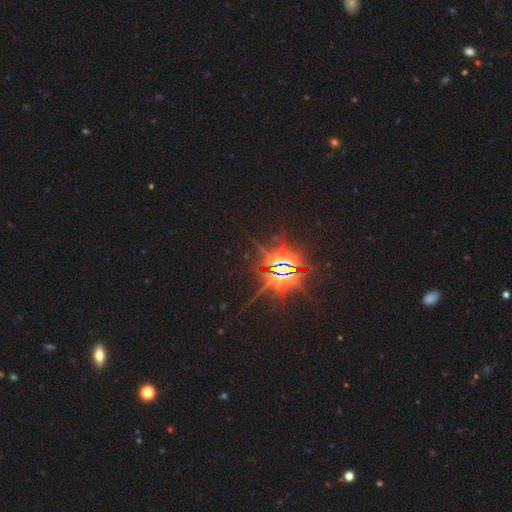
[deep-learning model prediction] Smooth or featured?
  - star or artifact: 87% *
  - smooth: 7%
  - featured or disk: 6%